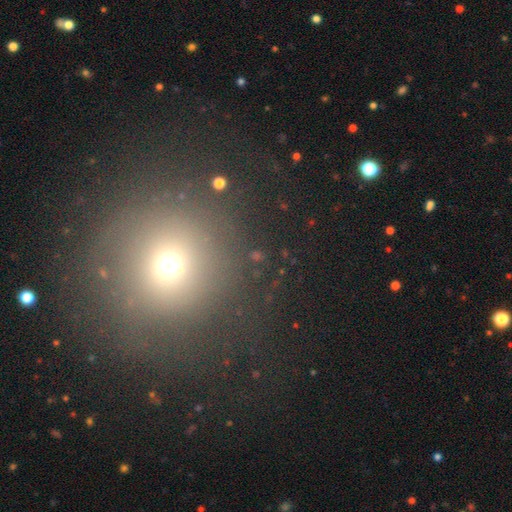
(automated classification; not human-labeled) Overall: star or artifact (46%; smooth 42%).